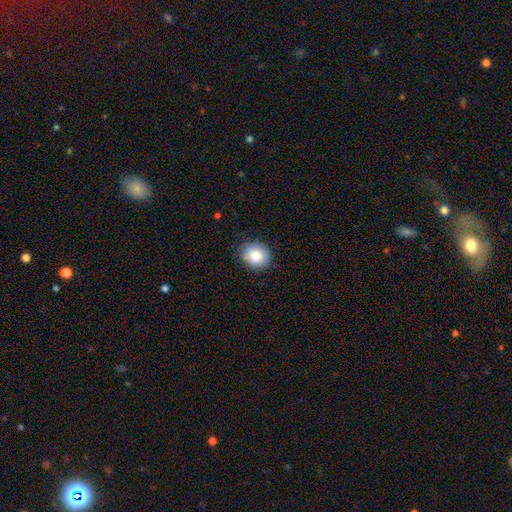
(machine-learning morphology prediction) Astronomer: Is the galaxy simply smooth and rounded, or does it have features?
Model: smooth — 83%.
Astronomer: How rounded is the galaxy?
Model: round — 67%.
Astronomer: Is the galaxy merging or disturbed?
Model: none — 78%.